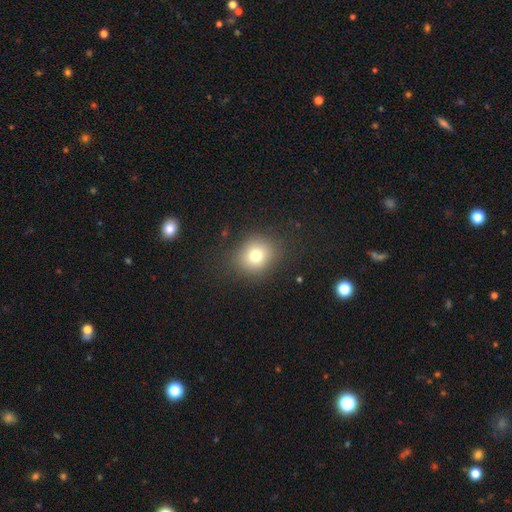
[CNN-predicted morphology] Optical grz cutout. It shows a smooth galaxy with no disk features (75%) that is round (73%). Merging: none (83%).